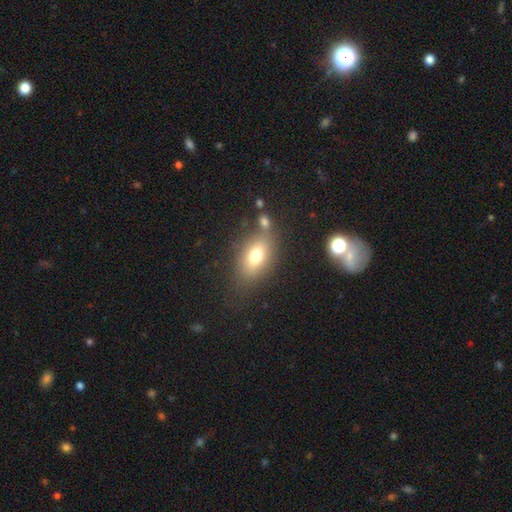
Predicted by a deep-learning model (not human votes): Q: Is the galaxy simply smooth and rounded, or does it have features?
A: smooth — 72%.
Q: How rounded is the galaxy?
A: in between — 83%.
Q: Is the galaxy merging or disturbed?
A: none — 64%.